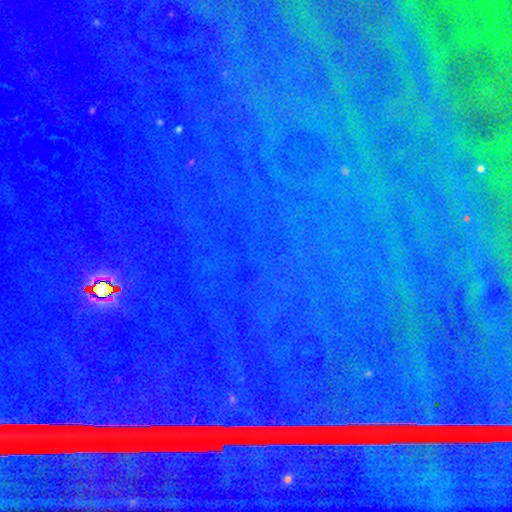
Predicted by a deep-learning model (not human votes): Smooth or featured? Predicted: star or artifact (p=0.85).